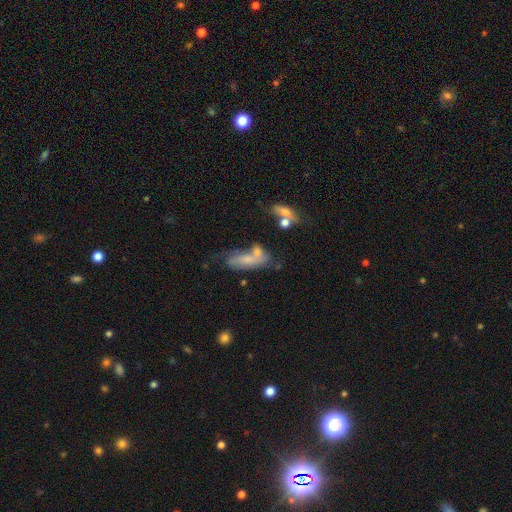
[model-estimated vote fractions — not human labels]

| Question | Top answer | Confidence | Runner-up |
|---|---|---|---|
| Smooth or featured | smooth | 44% | featured or disk (43%) |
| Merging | none | 39% | merger (23%) |